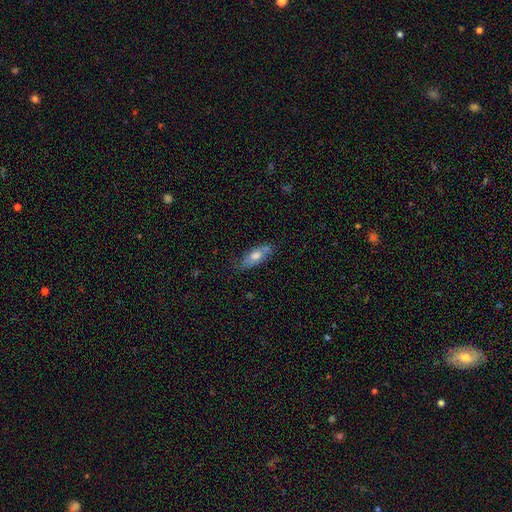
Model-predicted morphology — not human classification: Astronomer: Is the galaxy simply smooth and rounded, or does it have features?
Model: smooth — 62%.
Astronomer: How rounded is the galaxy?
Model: in between — 69%.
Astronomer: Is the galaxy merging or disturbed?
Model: none — 68%.